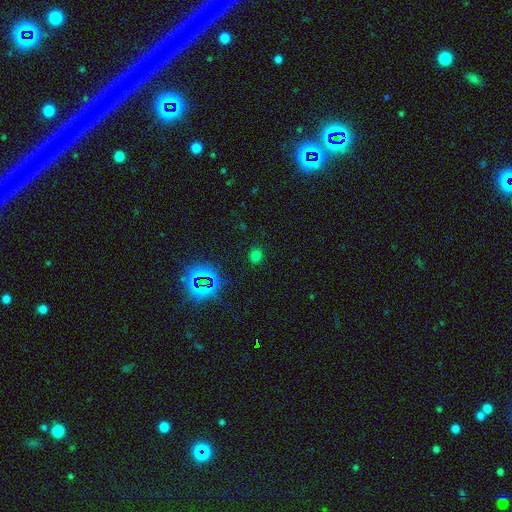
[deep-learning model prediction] The model was most divided on "smooth or featured": smooth: 64%, star or artifact: 31%, featured or disk: 6%. More confident: merging — none (88%); how rounded — round (84%).